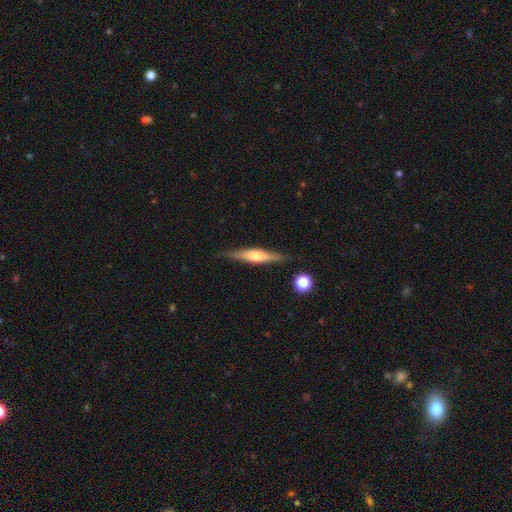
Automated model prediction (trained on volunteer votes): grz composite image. It shows a featured or disk galaxy (66%) viewed edge-on (96%) with a rounded central bulge (85%). Merging: none (87%).